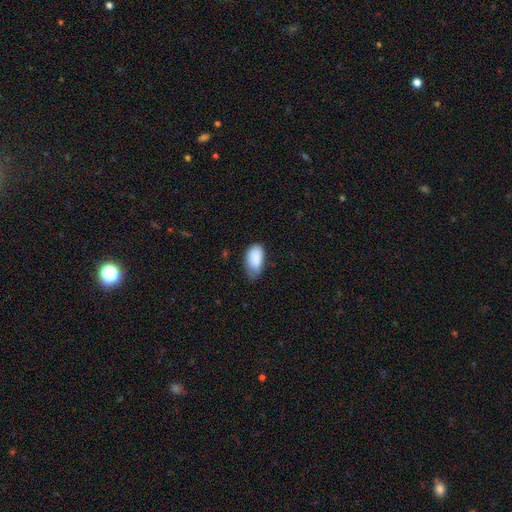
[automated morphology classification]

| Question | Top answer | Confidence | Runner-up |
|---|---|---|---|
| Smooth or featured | smooth | 88% | star or artifact (7%) |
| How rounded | in between | 94% | round (3%) |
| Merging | none | 46% | minor disturbance (43%) |